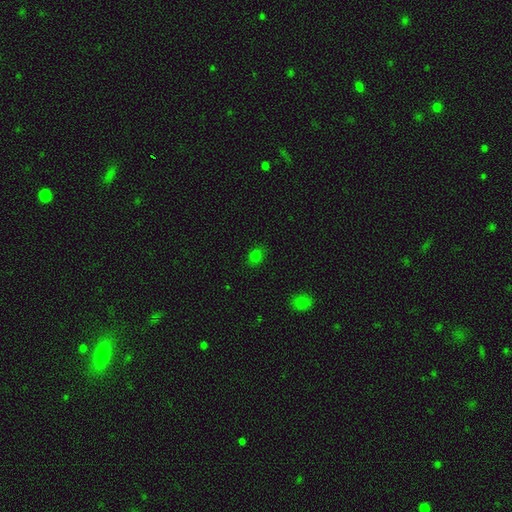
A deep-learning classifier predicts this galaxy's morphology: A smooth galaxy with no disk features (77%) that is in between round and cigar-shaped (49%, tied with round). Merging: none (85%).